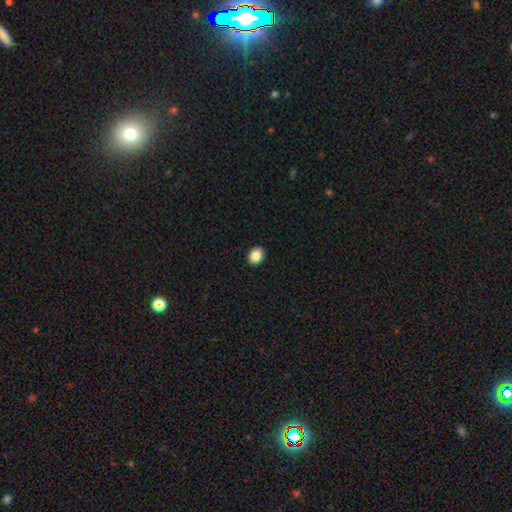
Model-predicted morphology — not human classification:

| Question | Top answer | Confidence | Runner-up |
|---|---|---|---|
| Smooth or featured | smooth | 87% | star or artifact (9%) |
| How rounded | round | 55% | in between (44%) |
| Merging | none | 92% | minor disturbance (5%) |